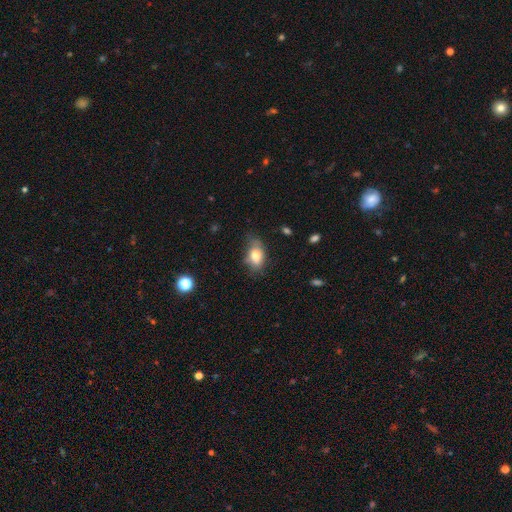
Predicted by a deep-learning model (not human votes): Morphology: type=smooth (76%); roundness=in between (84%); merging=none (52%).